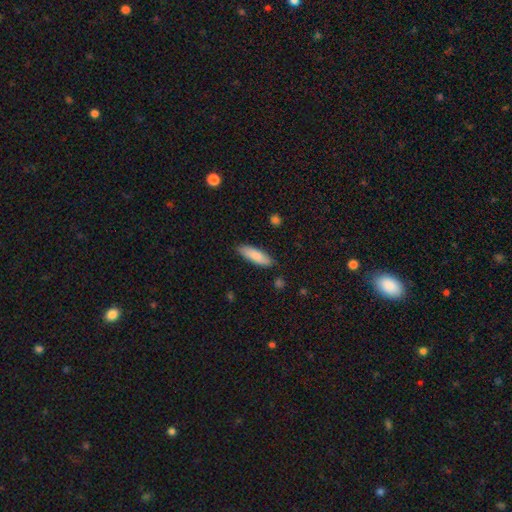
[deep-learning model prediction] Smooth or featured? smooth (85%)
How rounded? cigar-shaped (52%)
Merging? none (85%)